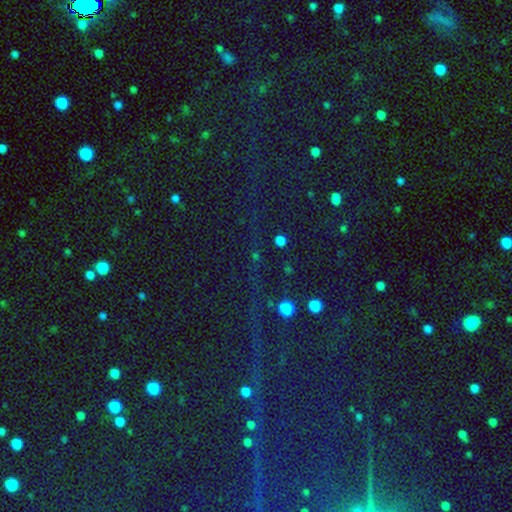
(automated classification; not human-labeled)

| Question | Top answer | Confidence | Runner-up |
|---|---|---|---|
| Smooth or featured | star or artifact | 83% | smooth (10%) |